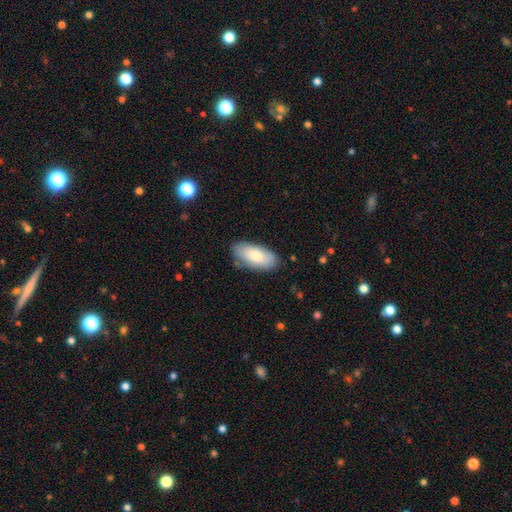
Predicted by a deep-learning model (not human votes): Smooth or featured? smooth (78%)
How rounded? in between (92%)
Merging? none (80%)